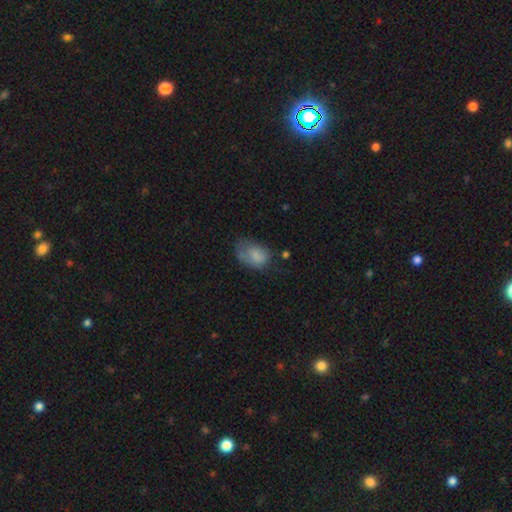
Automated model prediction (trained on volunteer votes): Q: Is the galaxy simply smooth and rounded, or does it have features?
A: smooth — 73%.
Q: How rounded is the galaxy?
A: in between — 80%.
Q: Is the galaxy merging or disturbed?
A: none — 35%.